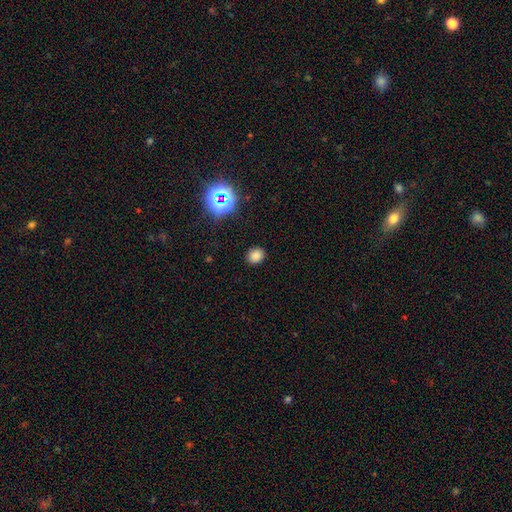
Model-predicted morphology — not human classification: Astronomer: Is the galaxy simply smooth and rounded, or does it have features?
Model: smooth — 79%.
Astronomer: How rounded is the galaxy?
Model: round — 62%.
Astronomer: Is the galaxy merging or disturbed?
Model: none — 88%.